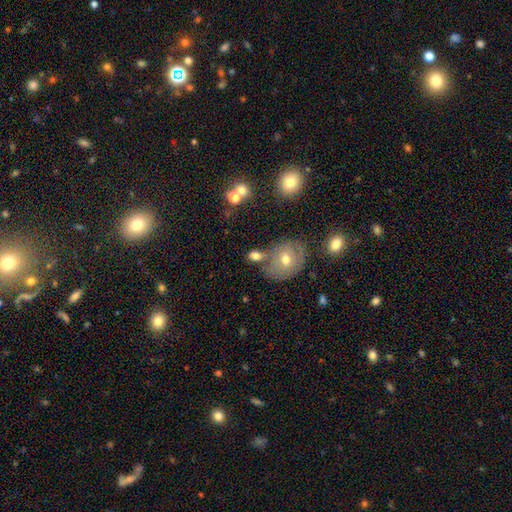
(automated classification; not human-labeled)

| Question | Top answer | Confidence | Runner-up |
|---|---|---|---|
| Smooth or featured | smooth | 73% | featured or disk (16%) |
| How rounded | in between | 63% | round (35%) |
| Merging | none | 49% | merger (29%) |